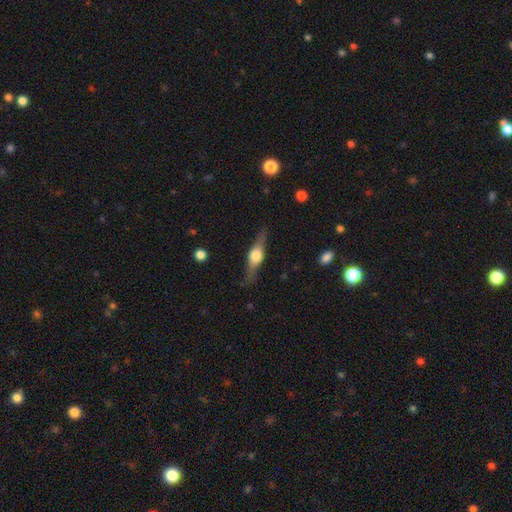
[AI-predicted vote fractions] featured or disk 63%, smooth 32%, star or artifact 6%. Down the decision tree: edge-on disk — yes (94%); edge-on bulge — rounded (93%); merging — none (84%).